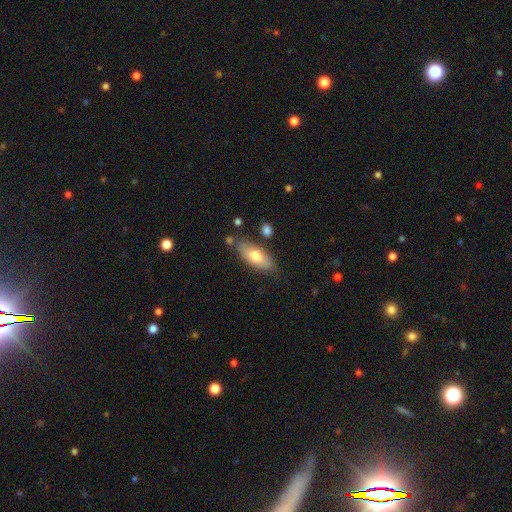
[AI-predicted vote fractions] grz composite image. It shows a smooth galaxy with no disk features (70%) that is in between round and cigar-shaped (81%). Merging: none (73%).